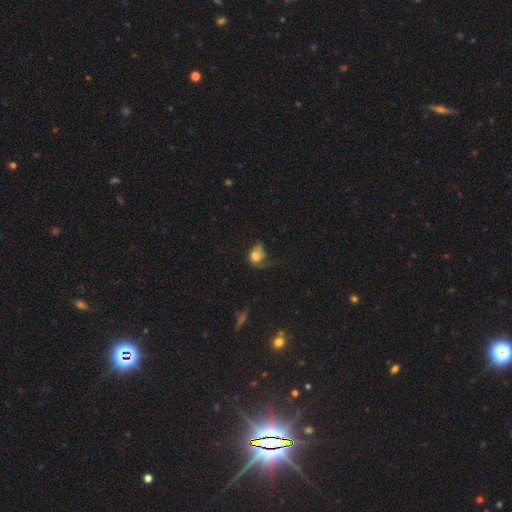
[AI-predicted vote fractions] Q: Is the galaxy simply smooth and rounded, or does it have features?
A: smooth — 72%.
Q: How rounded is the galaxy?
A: in between — 53%.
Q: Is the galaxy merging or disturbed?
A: major disturbance — 46%.